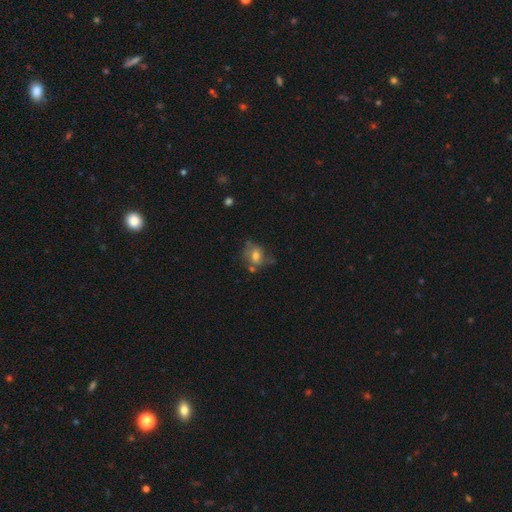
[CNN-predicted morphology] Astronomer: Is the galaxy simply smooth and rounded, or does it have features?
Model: smooth — 58%.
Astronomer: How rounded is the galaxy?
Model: in between — 57% (runner-up: round, 41%).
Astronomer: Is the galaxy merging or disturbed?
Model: none — 42% (runner-up: minor disturbance, 27%).